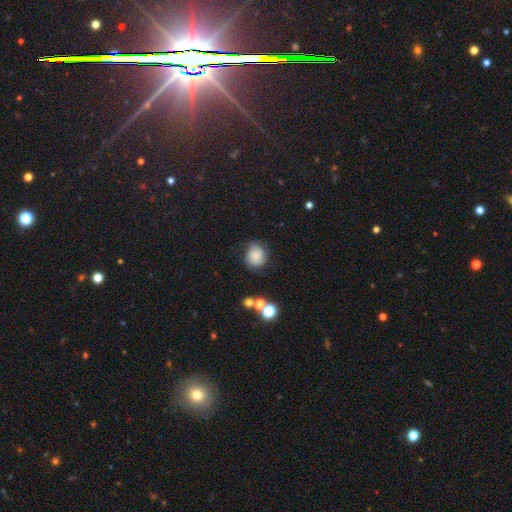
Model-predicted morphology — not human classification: A smooth galaxy with no disk features (70%) that is round (72%).

Vote fractions:
- Smooth or featured? smooth: 70% / featured or disk: 18% / star or artifact: 11%
- How rounded? round: 72% / in between: 27% / cigar-shaped: 1%
- Merging? none: 66% / minor disturbance: 24% / major disturbance: 8% / merger: 3%